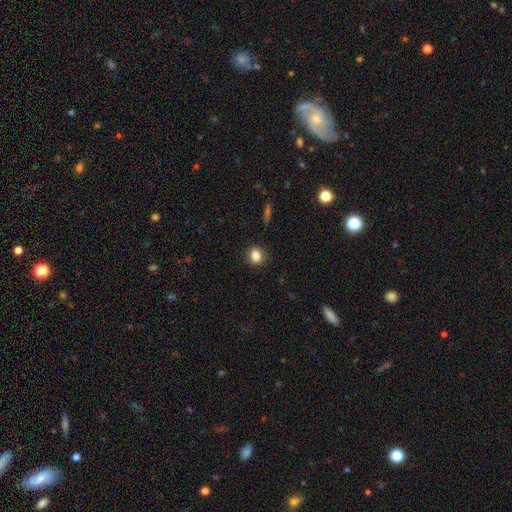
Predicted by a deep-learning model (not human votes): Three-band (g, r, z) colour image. It shows a smooth galaxy with no disk features (85%) that is round (64%). Merging: none (89%).